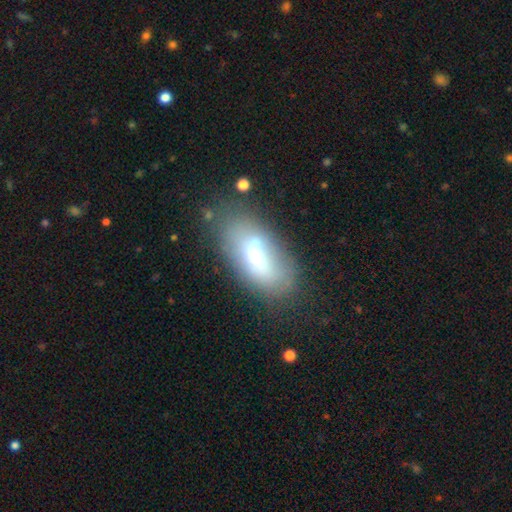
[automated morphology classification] smooth 56%, featured or disk 34%, star or artifact 10%. Down the decision tree: how rounded — in between (88%); merging — none (59%).